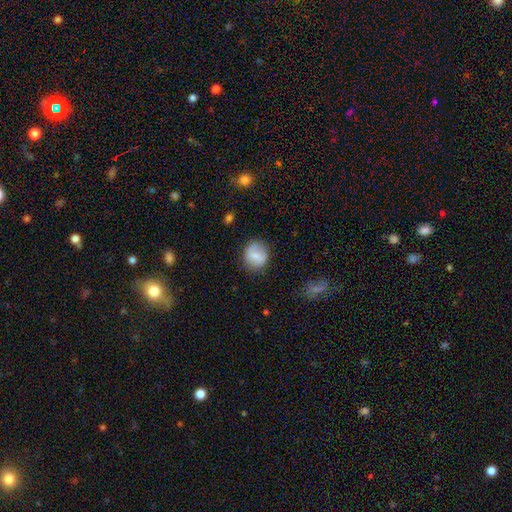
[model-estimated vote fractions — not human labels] Overall: smooth (68%). How rounded: round (77%). Merging: none (78%).